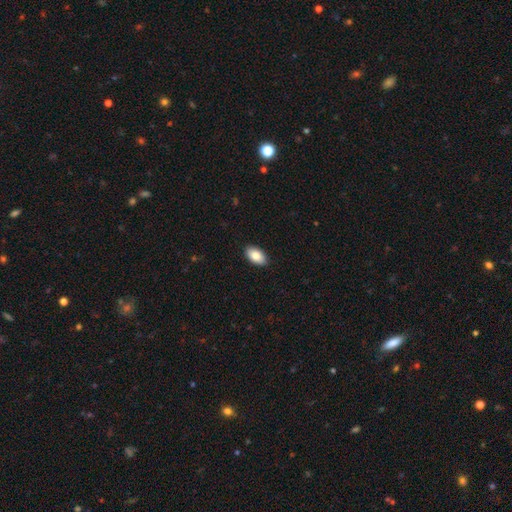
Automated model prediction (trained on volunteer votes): Smooth or featured? smooth (85%)
How rounded? in between (94%)
Merging? none (90%)